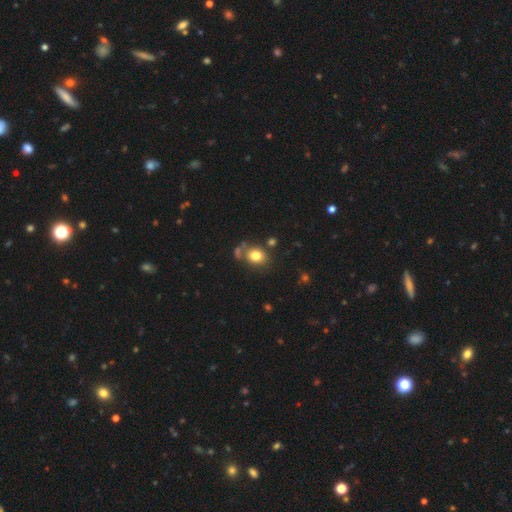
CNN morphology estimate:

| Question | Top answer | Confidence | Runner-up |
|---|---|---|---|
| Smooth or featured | smooth | 79% | star or artifact (12%) |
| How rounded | round | 63% | in between (37%) |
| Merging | none | 67% | minor disturbance (14%) |